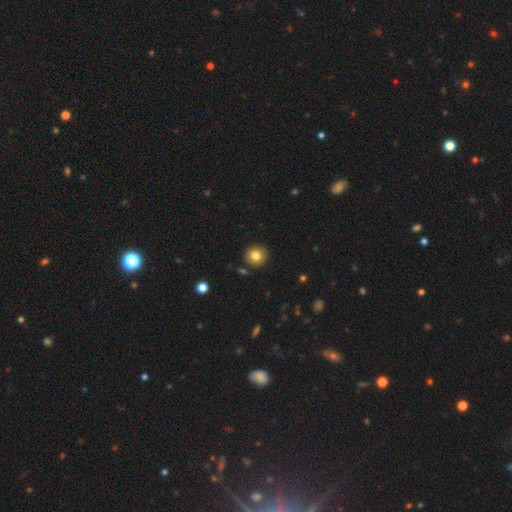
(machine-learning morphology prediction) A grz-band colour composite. It shows a smooth galaxy with no disk features (81%) that is round (92%). Merging: none (89%).